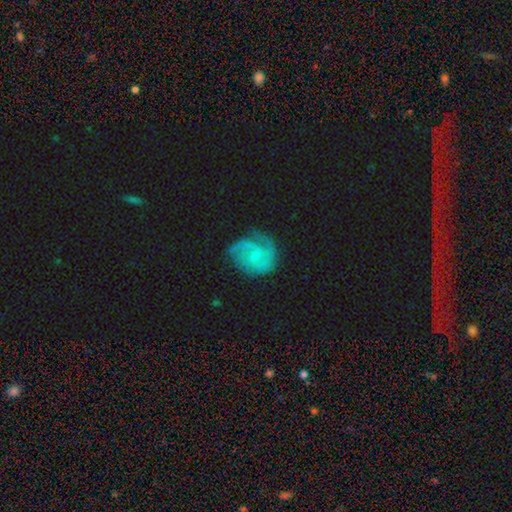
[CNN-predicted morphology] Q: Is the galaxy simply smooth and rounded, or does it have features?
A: featured or disk — 78%.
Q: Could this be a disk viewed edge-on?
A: no — 98%.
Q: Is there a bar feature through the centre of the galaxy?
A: no — 68%.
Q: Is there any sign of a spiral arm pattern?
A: yes — 94%.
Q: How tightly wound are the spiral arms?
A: tight — 45%.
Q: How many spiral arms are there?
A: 2 — 39%.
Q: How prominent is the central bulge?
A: small — 74%.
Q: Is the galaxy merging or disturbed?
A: none — 61%.